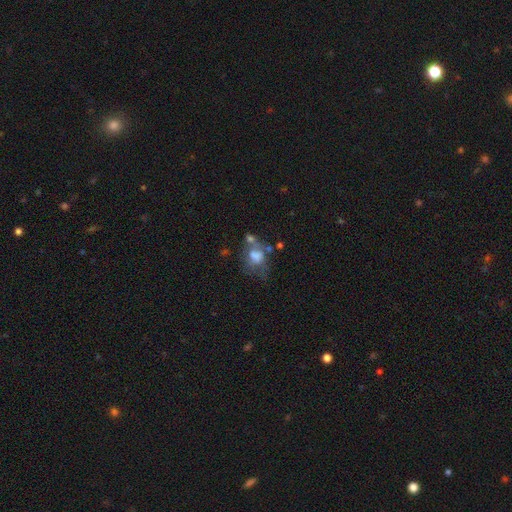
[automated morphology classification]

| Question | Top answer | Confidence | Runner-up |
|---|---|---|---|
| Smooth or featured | smooth | 54% | featured or disk (34%) |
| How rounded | in between | 65% | round (34%) |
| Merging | merger | 30% | major disturbance (27%) |